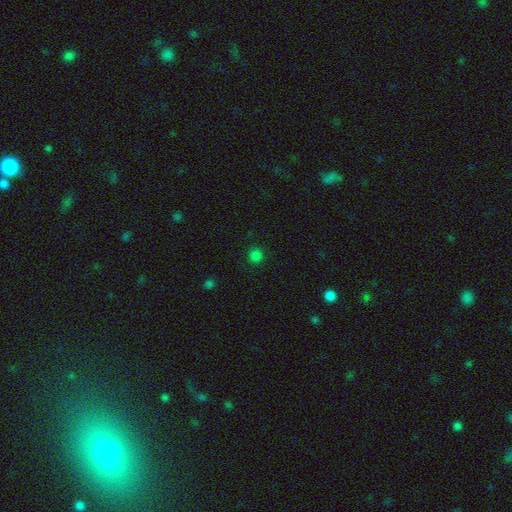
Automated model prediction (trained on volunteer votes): A smooth galaxy with no disk features (80%) that is round (92%). Merging: none (91%).